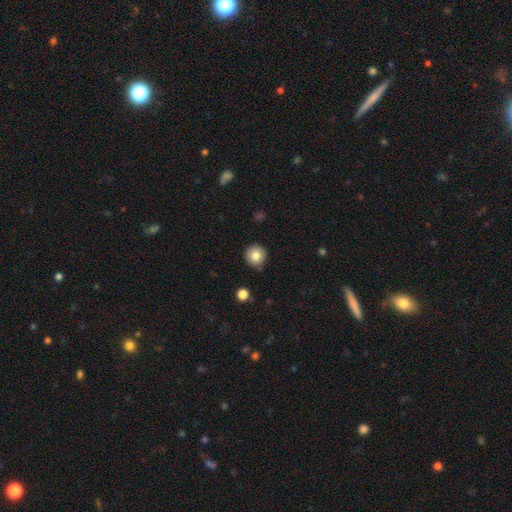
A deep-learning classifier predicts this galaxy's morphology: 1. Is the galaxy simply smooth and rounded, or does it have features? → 82% smooth, 10% star or artifact, 8% featured or disk.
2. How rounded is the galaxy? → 94% round, 5% in between, 1% cigar-shaped.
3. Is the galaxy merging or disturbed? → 86% none, 10% minor disturbance, 2% major disturbance, 2% merger.